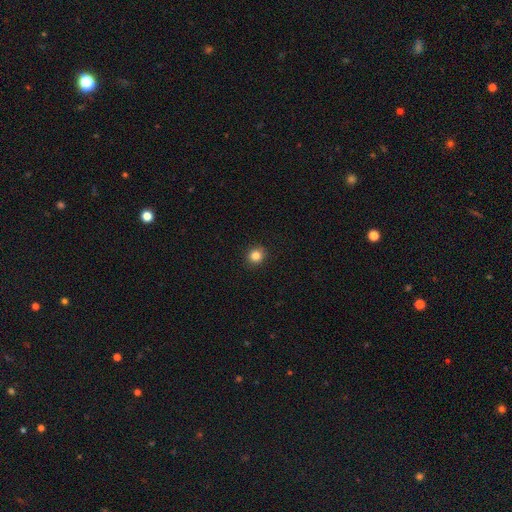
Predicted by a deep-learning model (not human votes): This appears to be a smooth galaxy with no disk features (84%) that is round (87%). Merging: none (91%).